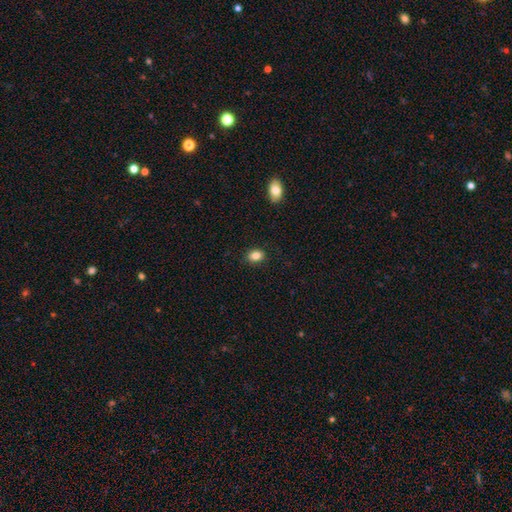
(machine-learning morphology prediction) Smooth or featured: smooth — 85% (star or artifact — 10%)
How rounded: in between — 70% (round — 29%)
Merging: none — 88% (minor disturbance — 9%)